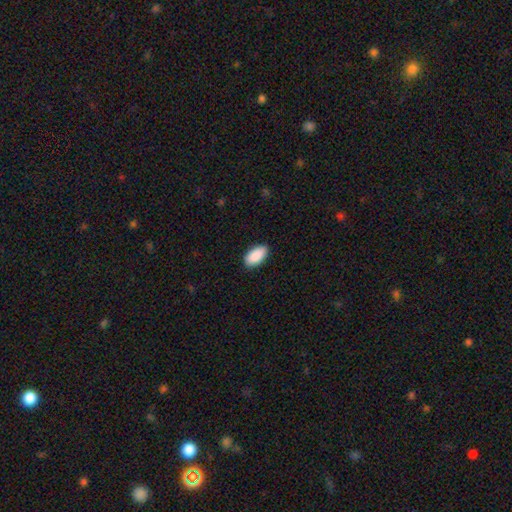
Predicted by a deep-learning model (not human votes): The model was most divided on "merging": none: 88%, minor disturbance: 9%, major disturbance: 2%, merger: 1%. More confident: how rounded — in between (95%); smooth or featured — smooth (91%).